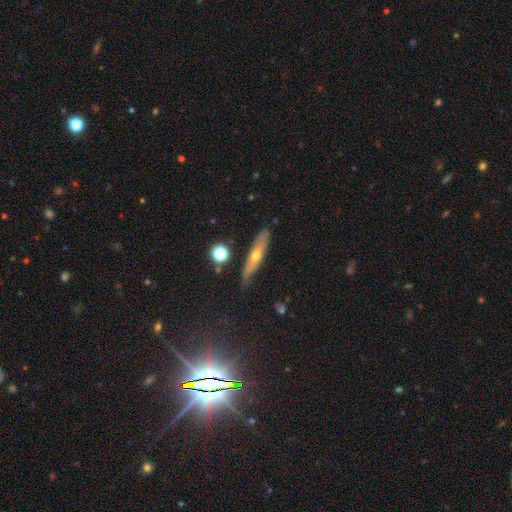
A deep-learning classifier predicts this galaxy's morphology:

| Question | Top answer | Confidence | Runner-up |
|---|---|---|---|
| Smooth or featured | featured or disk | 54% | smooth (37%) |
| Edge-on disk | yes | 81% | no (19%) |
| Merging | none | 80% | minor disturbance (15%) |